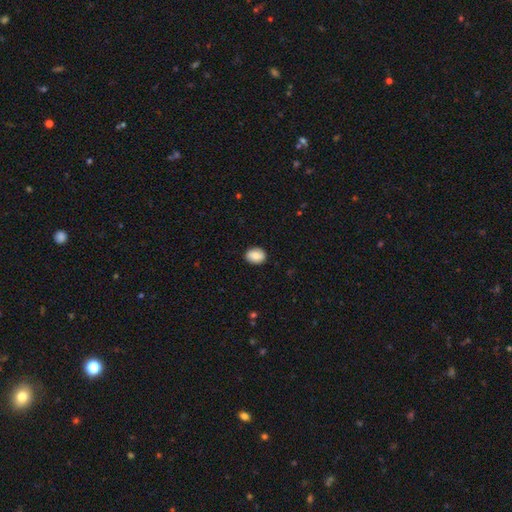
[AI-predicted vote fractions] Smooth or featured? smooth (84%)
How rounded? in between (63%)
Merging? none (88%)